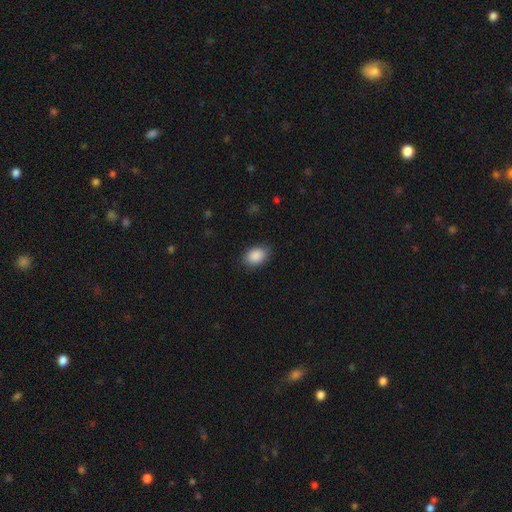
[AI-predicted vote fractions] smooth 89%, star or artifact 7%, featured or disk 4%. Down the decision tree: how rounded — in between (83%); merging — none (84%).